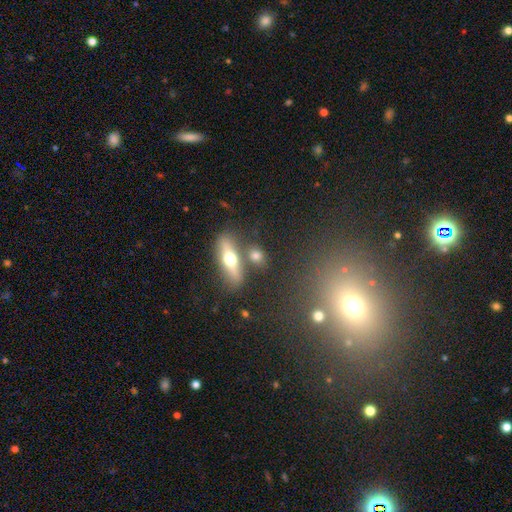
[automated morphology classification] Q: Smooth or featured?
A: smooth (60%); runner-up: featured or disk (30%)
Q: How rounded?
A: in between (45%); runner-up: round (30%)
Q: Merging?
A: none (70%); runner-up: merger (16%)